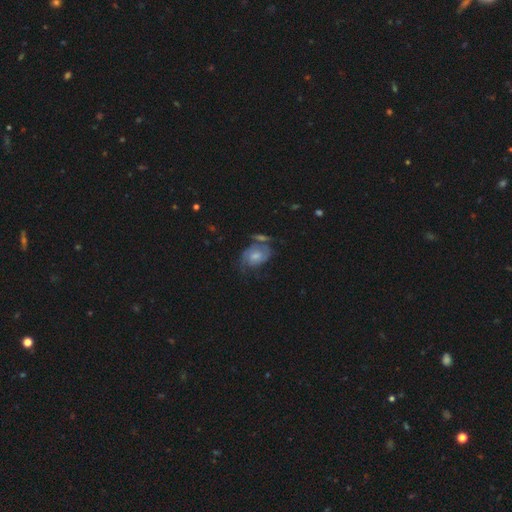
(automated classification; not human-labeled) Smooth or featured?
  - featured or disk: 60% *
  - smooth: 32%
  - star or artifact: 8%
Edge-on disk?
  - no: 97% *
  - yes: 3%
Bar?
  - no: 66% *
  - weak: 29%
  - strong: 5%
Spiral arms?
  - yes: 84% *
  - no: 16%
Bulge size?
  - moderate: 46% *
  - small: 33%
  - large: 11%
  - none: 8%
  - dominant: 2%
Merging?
  - none: 42% *
  - minor disturbance: 23%
  - major disturbance: 18%
  - merger: 17%